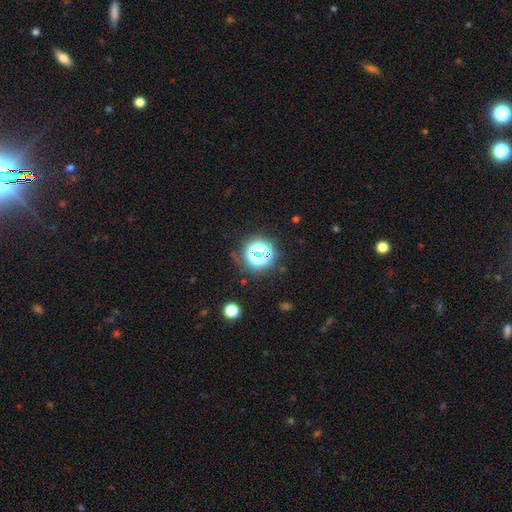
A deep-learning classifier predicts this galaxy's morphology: A star or artifact, not a galaxy (72%).